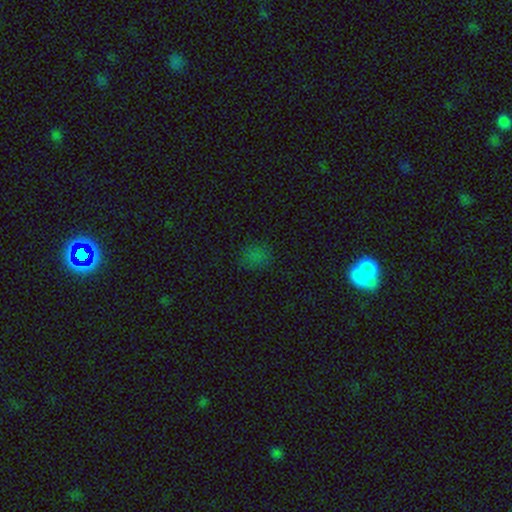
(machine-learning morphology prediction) The model was most divided on "how rounded": round: 61%, in between: 38%, cigar-shaped: 2%. More confident: merging — none (75%); smooth or featured — smooth (65%).